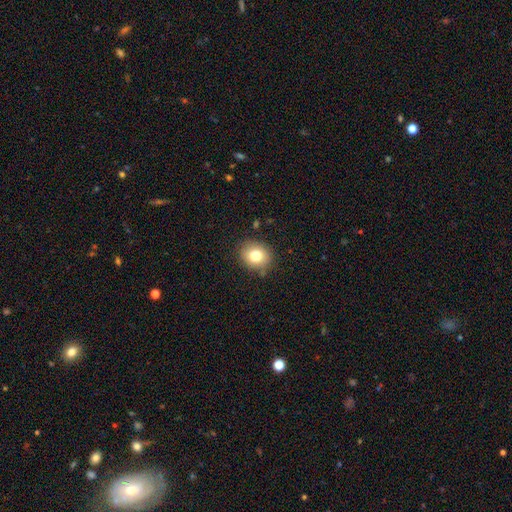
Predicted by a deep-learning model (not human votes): This is likely a smooth galaxy (78%). How rounded: likely round (66%). Merging: clearly none (83%).